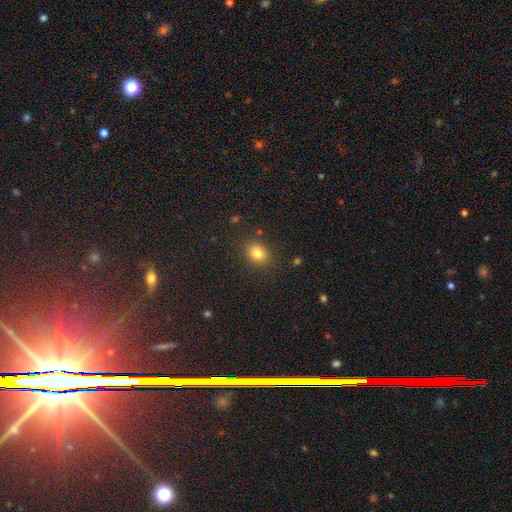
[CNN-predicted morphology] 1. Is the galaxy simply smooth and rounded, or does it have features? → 81% smooth, 12% star or artifact, 7% featured or disk.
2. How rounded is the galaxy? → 59% round, 40% in between, 1% cigar-shaped.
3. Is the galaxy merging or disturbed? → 86% none, 10% minor disturbance, 3% major disturbance, 2% merger.